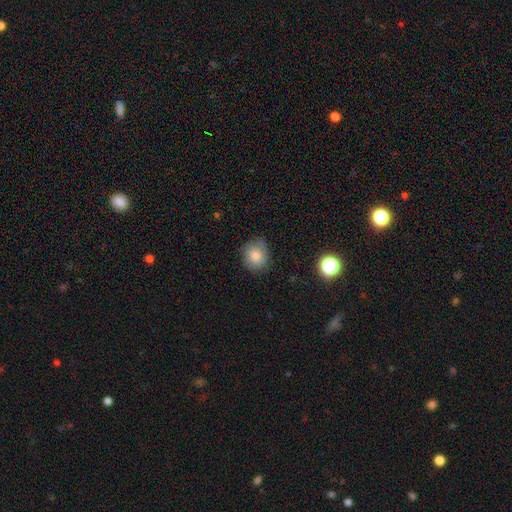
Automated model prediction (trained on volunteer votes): This appears to be a smooth galaxy with no disk features (75%) that is round (76%). Merging: none (69%).